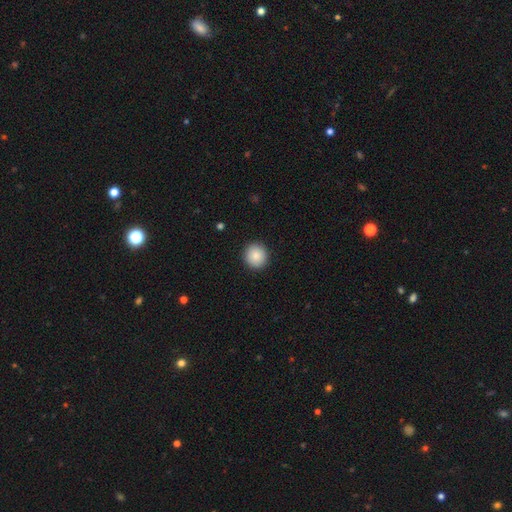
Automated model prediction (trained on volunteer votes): smooth-or-featured: smooth: 86% | star or artifact: 8% | featured or disk: 6%
  how-rounded: round: 92% | in between: 7% | cigar-shaped: 1%
  merging: none: 92% | minor disturbance: 5% | major disturbance: 2% | merger: 1%